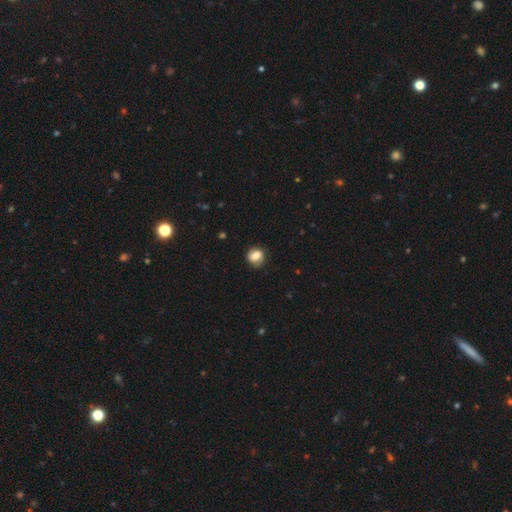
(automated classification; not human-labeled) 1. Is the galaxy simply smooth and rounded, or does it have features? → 81% smooth, 10% featured or disk, 9% star or artifact.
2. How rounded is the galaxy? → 66% round, 33% in between, 1% cigar-shaped.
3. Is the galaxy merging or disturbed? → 72% none, 21% minor disturbance, 6% major disturbance, 2% merger.